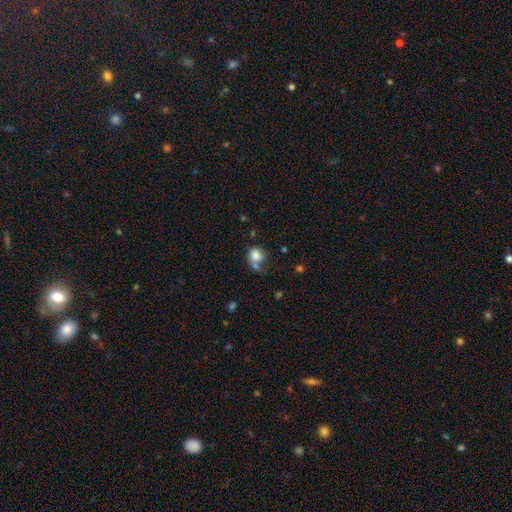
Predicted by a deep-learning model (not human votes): Smooth or featured? smooth (80%)
How rounded? round (69%)
Merging? none (40%)